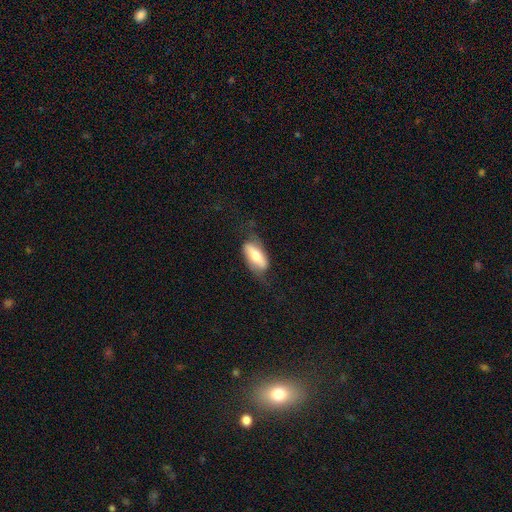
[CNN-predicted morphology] type=smooth (50%); merging=none (57%).